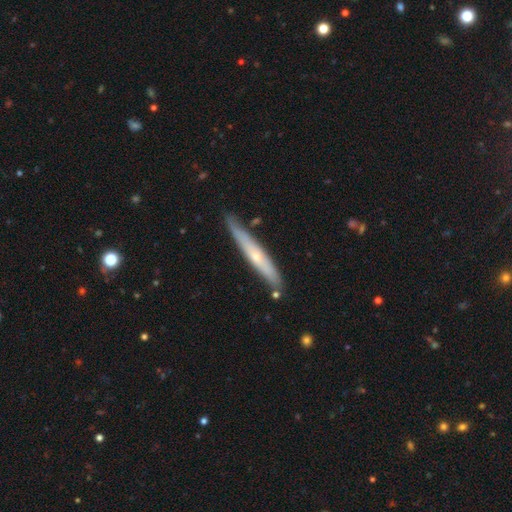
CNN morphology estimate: A featured or disk galaxy (54%) viewed edge-on (89%).

Vote fractions:
- Smooth or featured? featured or disk: 54% / smooth: 40% / star or artifact: 6%
- Edge-on disk? yes: 89% / no: 11%
- Merging? none: 78% / minor disturbance: 16% / merger: 3% / major disturbance: 2%